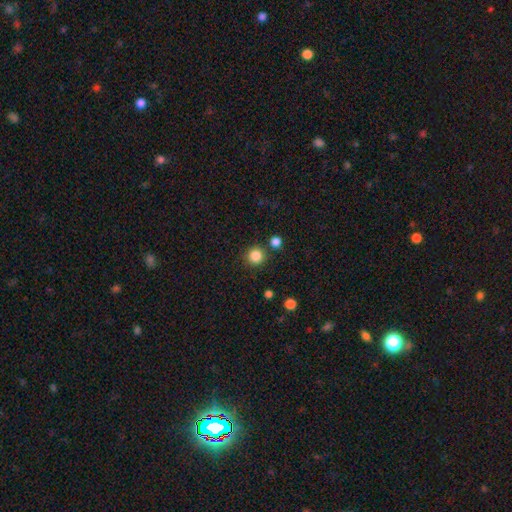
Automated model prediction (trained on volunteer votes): A smooth galaxy with no disk features (86%) that is round (93%). Merging: none (84%).